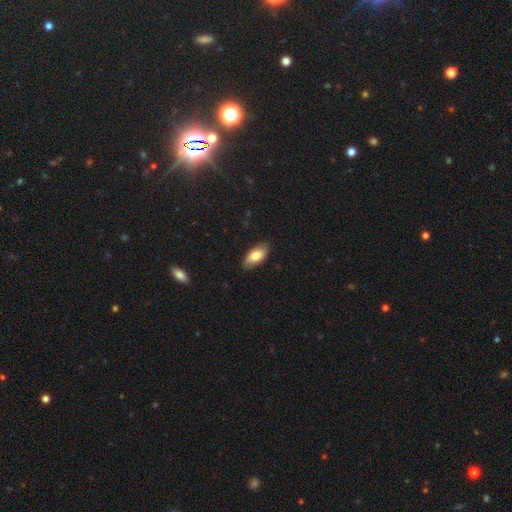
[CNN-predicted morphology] smooth 78%, featured or disk 16%, star or artifact 6%. Down the decision tree: how rounded — in between (92%); merging — none (86%).